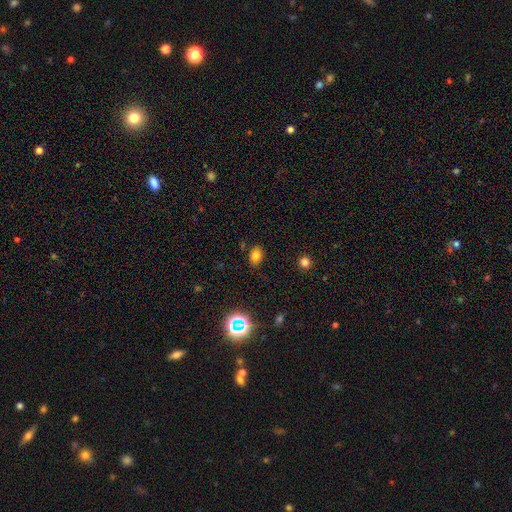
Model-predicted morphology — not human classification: This is likely a smooth galaxy (77%). How rounded: likely in between (72%). Merging: clearly none (83%).